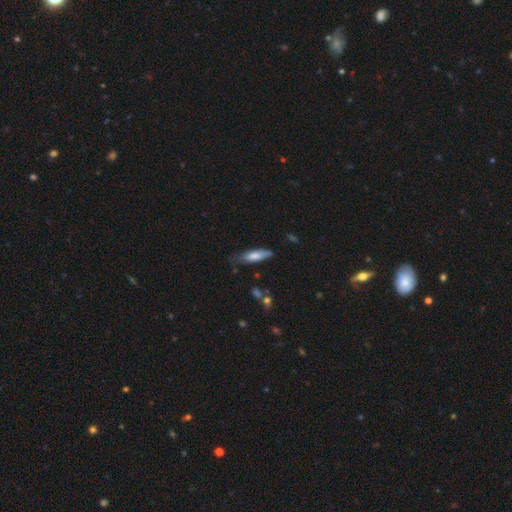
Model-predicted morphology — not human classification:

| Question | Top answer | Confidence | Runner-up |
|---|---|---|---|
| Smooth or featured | smooth | 74% | featured or disk (20%) |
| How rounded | cigar-shaped | 52% | in between (46%) |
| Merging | none | 59% | minor disturbance (31%) |